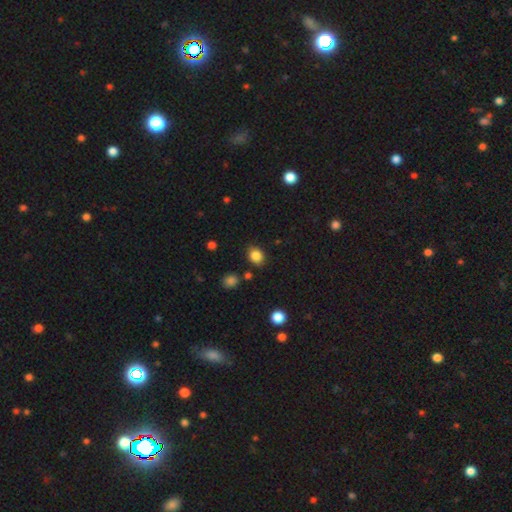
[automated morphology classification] smooth-or-featured: smooth: 84% | star or artifact: 11% | featured or disk: 5%
  how-rounded: round: 57% | in between: 42% | cigar-shaped: 1%
  merging: none: 82% | minor disturbance: 11% | merger: 3% | major disturbance: 3%